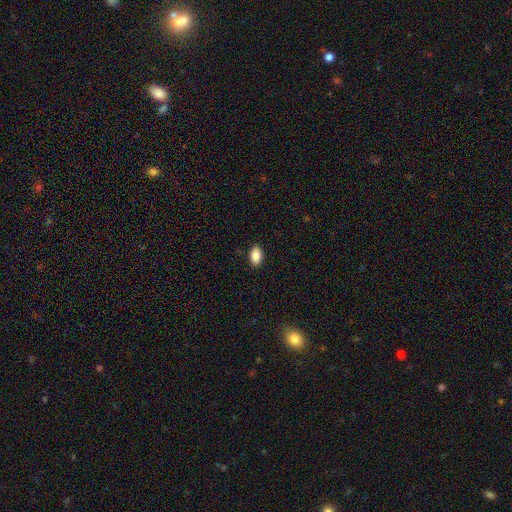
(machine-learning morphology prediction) Q: Smooth or featured?
A: smooth (89%); runner-up: star or artifact (7%)
Q: How rounded?
A: in between (93%); runner-up: round (5%)
Q: Merging?
A: none (89%); runner-up: minor disturbance (8%)